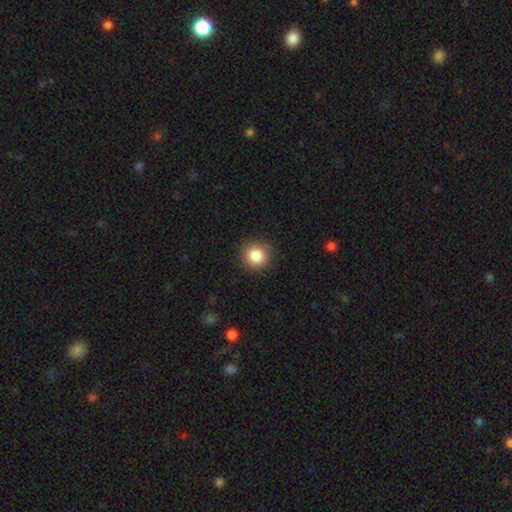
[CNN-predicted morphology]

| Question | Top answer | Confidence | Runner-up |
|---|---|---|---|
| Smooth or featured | smooth | 85% | star or artifact (10%) |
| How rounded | round | 94% | in between (6%) |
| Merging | none | 88% | minor disturbance (8%) |